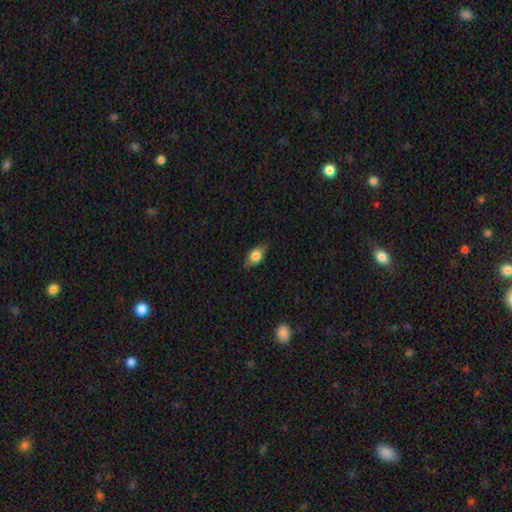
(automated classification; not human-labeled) smooth_or_featured: smooth (p=0.68) [alt: featured or disk p=0.24]
how_rounded: in between (p=0.80) [alt: cigar-shaped p=0.10]
merging: none (p=0.77) [alt: minor disturbance p=0.18]